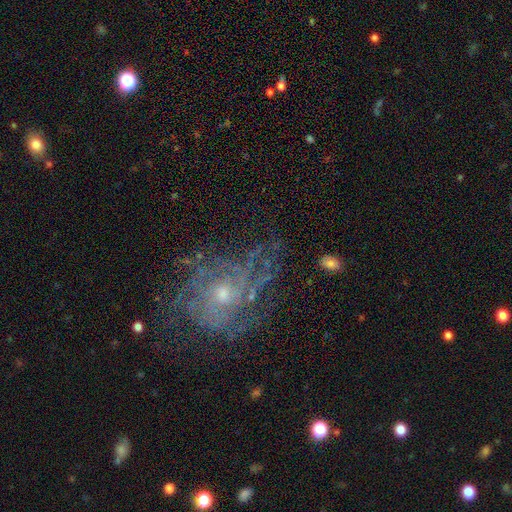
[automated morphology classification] Smooth or featured: featured or disk — 75% (star or artifact — 15%)
Edge-on disk: no — 96% (yes — 4%)
Bar: no — 77% (weak — 19%)
Spiral arms: yes — 89% (no — 11%)
Spiral winding: tight — 57% (medium — 31%)
Spiral arm count: can't tell — 43% (4 — 15%)
Bulge size: small — 52% (moderate — 42%)
Merging: none — 65% (minor disturbance — 18%)